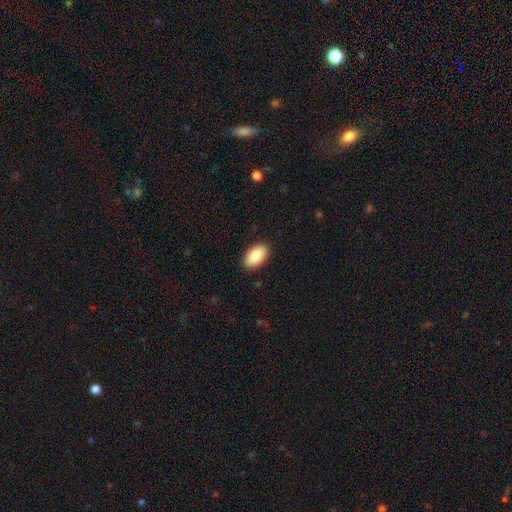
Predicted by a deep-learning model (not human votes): Smooth or featured?
  - smooth: 89% *
  - star or artifact: 6%
  - featured or disk: 5%
How rounded?
  - in between: 95% *
  - round: 4%
  - cigar-shaped: 1%
Merging?
  - none: 89% *
  - minor disturbance: 8%
  - major disturbance: 2%
  - merger: 1%